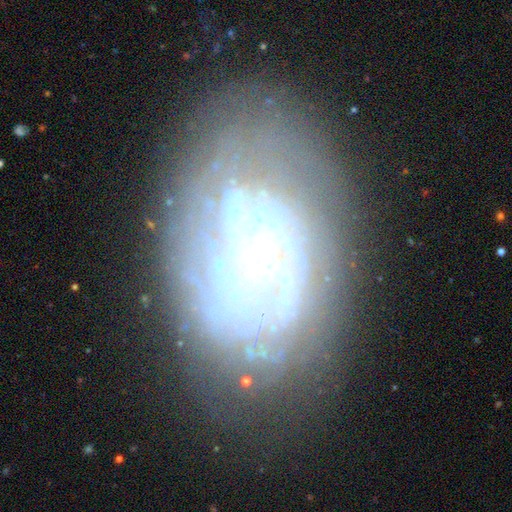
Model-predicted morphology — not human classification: Smooth or featured: featured or disk — 70% (smooth — 18%)
Edge-on disk: no — 96% (yes — 4%)
Bar: no — 73% (weak — 18%)
Spiral arms: yes — 61% (no — 39%)
Bulge size: none — 42% (small — 31%)
Merging: none — 65% (minor disturbance — 19%)